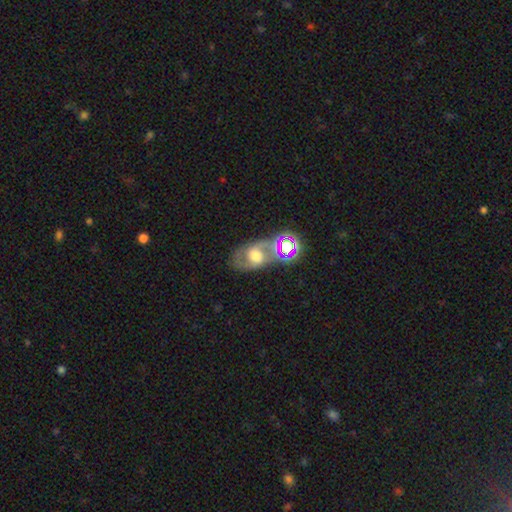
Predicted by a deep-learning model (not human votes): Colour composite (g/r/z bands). It shows a featured or disk galaxy (57%) with no bar (46%), spiral arms (70%) and a moderate central bulge (48%). Merging: none (59%).